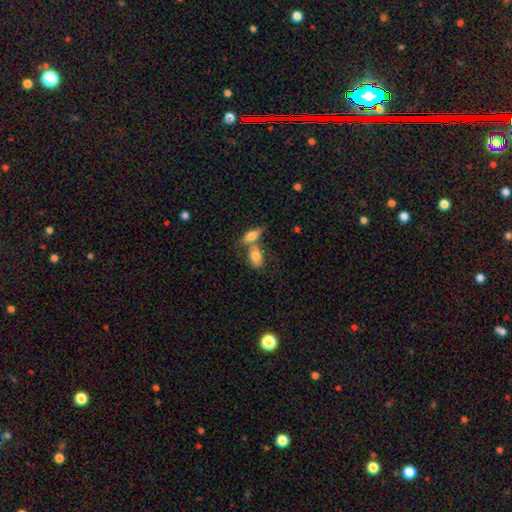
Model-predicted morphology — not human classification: Q: Smooth or featured?
A: smooth (77%); runner-up: featured or disk (16%)
Q: How rounded?
A: in between (86%); runner-up: round (10%)
Q: Merging?
A: merger (53%); runner-up: none (33%)